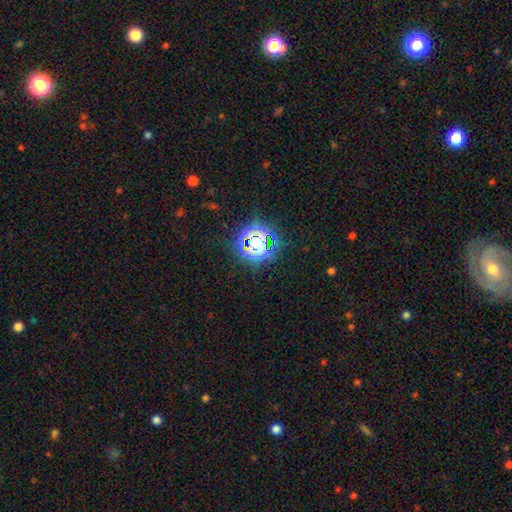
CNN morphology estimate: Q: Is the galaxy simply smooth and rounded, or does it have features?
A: star or artifact — 79%.